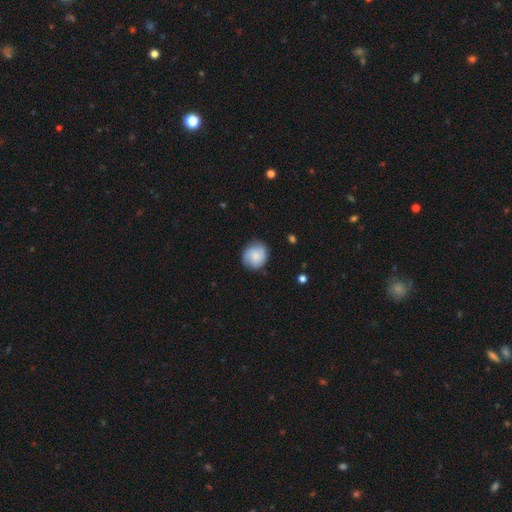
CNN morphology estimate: This appears to be a smooth galaxy with no disk features (78%) that is round (84%). Merging: none (79%).